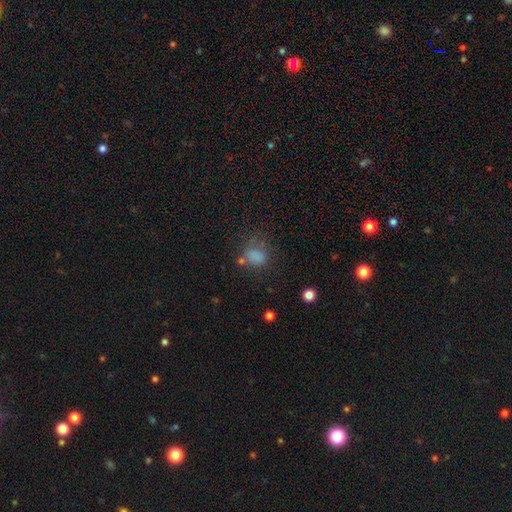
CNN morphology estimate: A smooth galaxy with no disk features (73%) that is round (51%). Merging: none (49%).